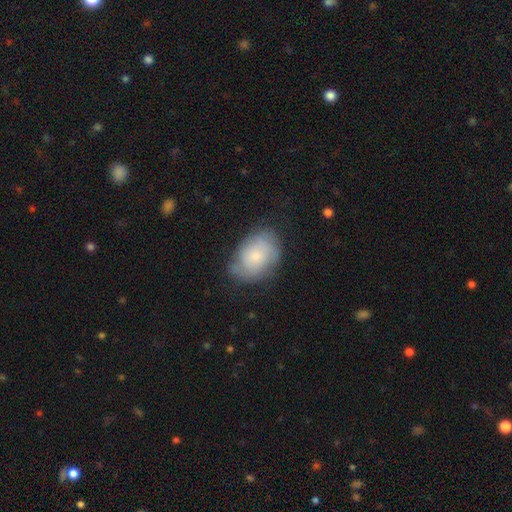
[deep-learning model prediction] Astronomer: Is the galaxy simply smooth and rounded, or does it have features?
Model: smooth — 62%.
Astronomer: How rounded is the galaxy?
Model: in between — 80%.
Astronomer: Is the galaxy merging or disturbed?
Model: none — 61%.